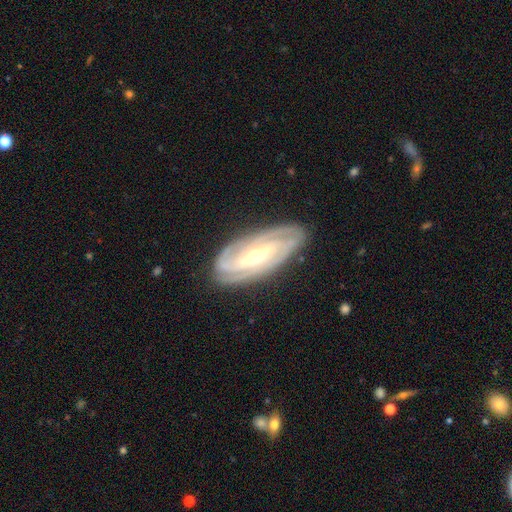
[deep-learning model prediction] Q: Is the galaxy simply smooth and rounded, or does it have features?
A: featured or disk — 88%.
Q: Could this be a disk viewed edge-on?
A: no — 92%.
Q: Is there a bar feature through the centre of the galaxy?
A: strong — 43%.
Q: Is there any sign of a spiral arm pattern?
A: yes — 97%.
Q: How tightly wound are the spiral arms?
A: tight — 66%.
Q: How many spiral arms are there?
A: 3 — 34%.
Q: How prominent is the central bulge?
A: small — 49%.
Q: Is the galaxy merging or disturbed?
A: none — 82%.